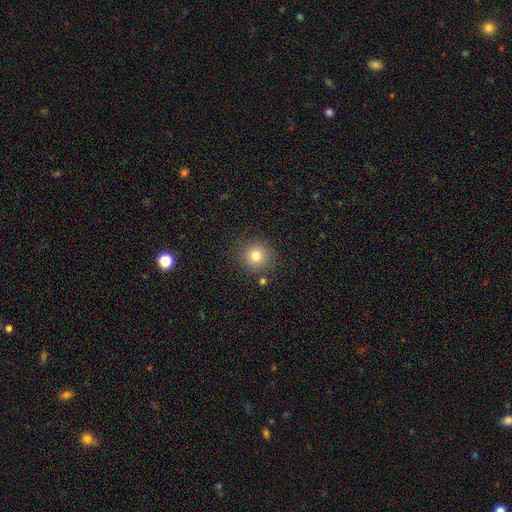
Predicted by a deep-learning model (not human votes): The model was most divided on "smooth or featured": smooth: 79%, star or artifact: 13%, featured or disk: 9%. More confident: how rounded — round (93%); merging — none (86%).